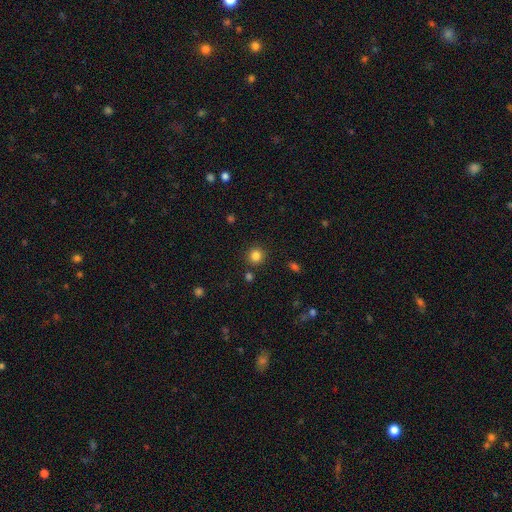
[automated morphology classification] The model was most divided on "smooth or featured": smooth: 83%, star or artifact: 12%, featured or disk: 5%. More confident: how rounded — round (93%); merging — none (88%).